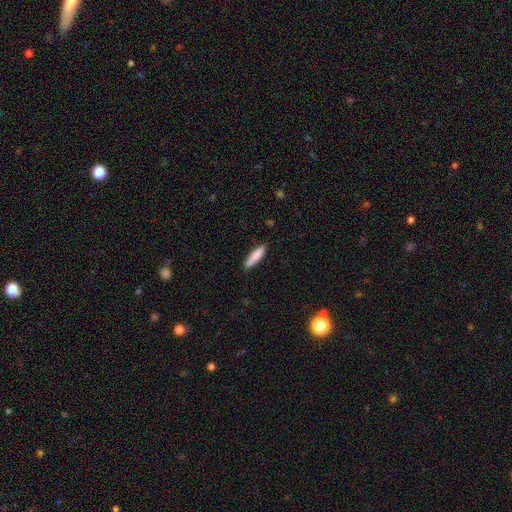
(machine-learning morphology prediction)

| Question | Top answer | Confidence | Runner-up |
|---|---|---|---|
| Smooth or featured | smooth | 83% | featured or disk (11%) |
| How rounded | cigar-shaped | 79% | in between (20%) |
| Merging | none | 85% | minor disturbance (12%) |